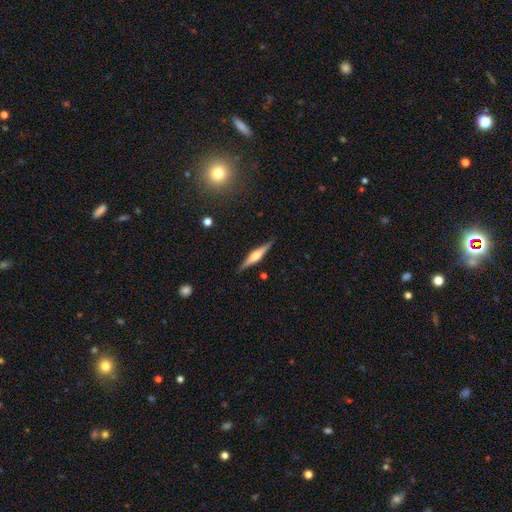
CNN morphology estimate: The model was most divided on "smooth or featured": featured or disk: 70%, smooth: 25%, star or artifact: 6%. More confident: edge-on disk — yes (97%); merging — none (89%); edge-on bulge — rounded (79%).